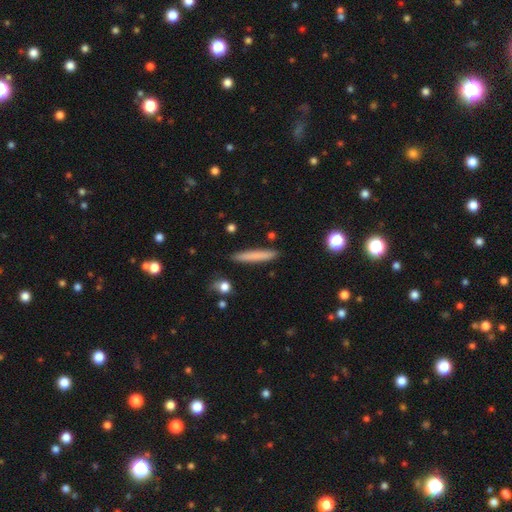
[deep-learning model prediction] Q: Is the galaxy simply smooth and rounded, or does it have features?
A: smooth — 75%.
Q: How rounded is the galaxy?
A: cigar-shaped — 95%.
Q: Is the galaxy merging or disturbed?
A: none — 89%.